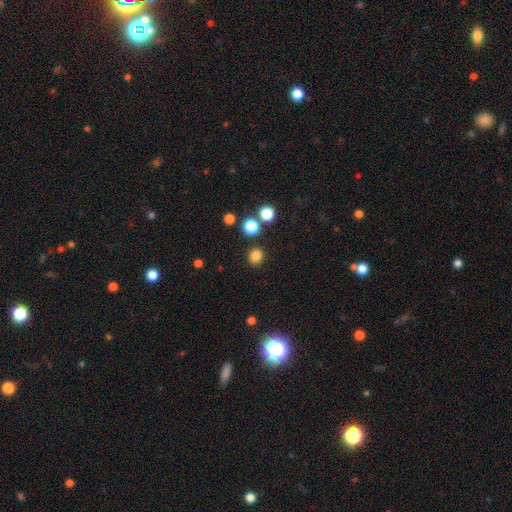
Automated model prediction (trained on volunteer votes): smooth 82%, star or artifact 14%, featured or disk 4%. Down the decision tree: how rounded — round (84%); merging — none (87%).